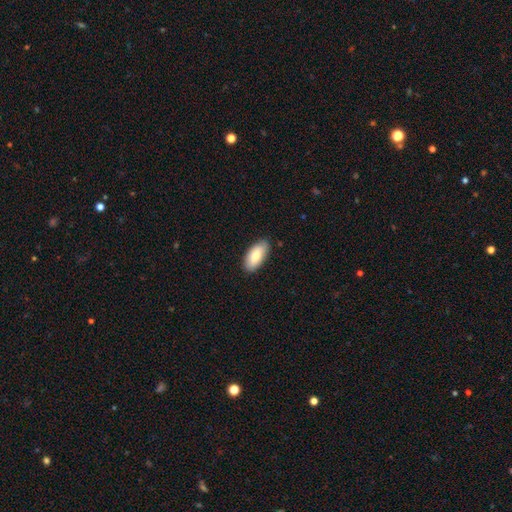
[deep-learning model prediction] Morphology: type=smooth (79%); roundness=in between (92%); merging=none (85%).